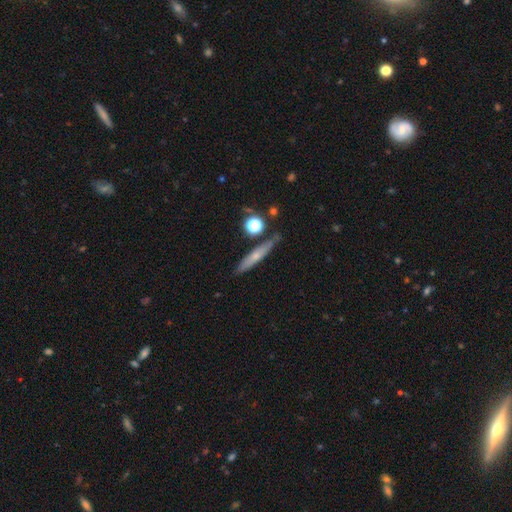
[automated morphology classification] smooth 50%, featured or disk 42%, star or artifact 9%. Down the decision tree: merging — none (79%).